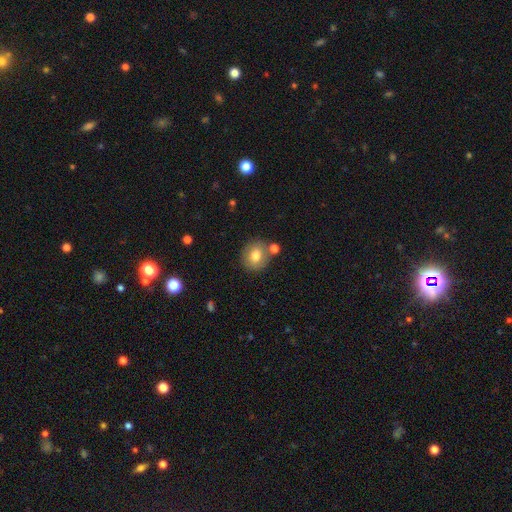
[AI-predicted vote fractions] smooth 77%, featured or disk 14%, star or artifact 10%. Down the decision tree: how rounded — round (77%); merging — none (73%).